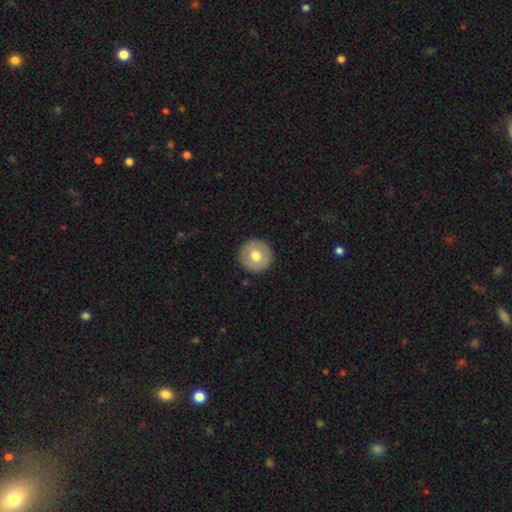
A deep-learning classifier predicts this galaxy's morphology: Smooth or featured? Predicted: smooth (p=0.66). How rounded? Predicted: round (p=0.96). Merging? Predicted: none (p=0.92).